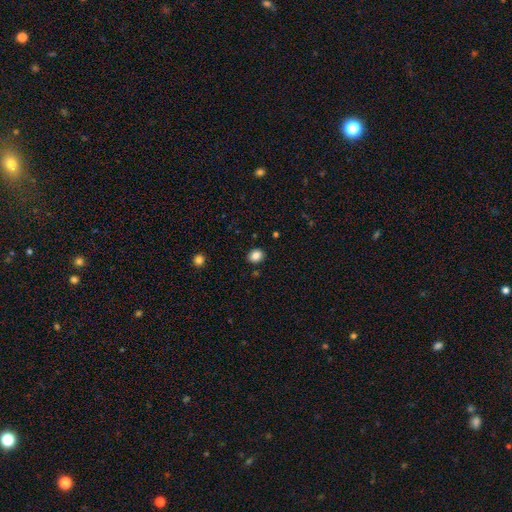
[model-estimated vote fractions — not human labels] Overall: smooth (84%). How rounded: round (50%; in between 49%). Merging: none (89%).